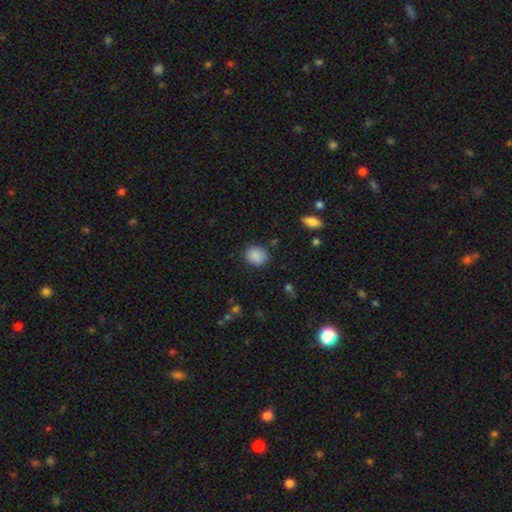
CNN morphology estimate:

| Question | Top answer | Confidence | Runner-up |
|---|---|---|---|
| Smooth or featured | smooth | 87% | star or artifact (9%) |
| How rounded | round | 78% | in between (21%) |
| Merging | none | 85% | minor disturbance (10%) |